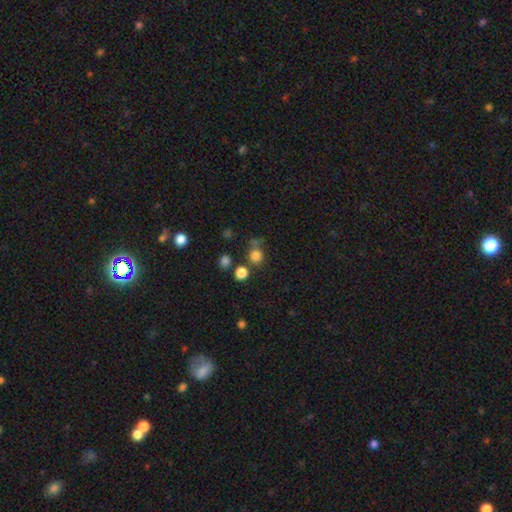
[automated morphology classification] type=smooth (79%); roundness=round (87%); merging=none (67%).